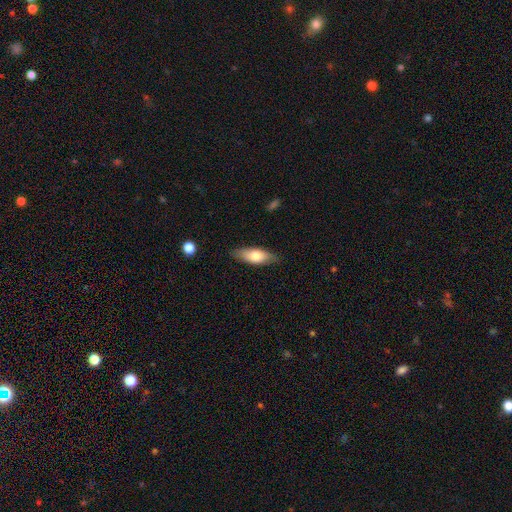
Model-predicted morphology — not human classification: Smooth or featured? Predicted: smooth (p=0.71). How rounded? Predicted: in between (p=0.68). Merging? Predicted: none (p=0.83).